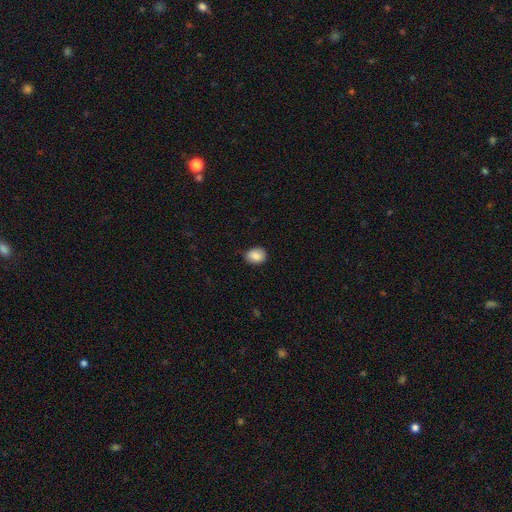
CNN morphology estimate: This is clearly a smooth galaxy (87%). How rounded: possibly in between (56%). Merging: likely none (80%).